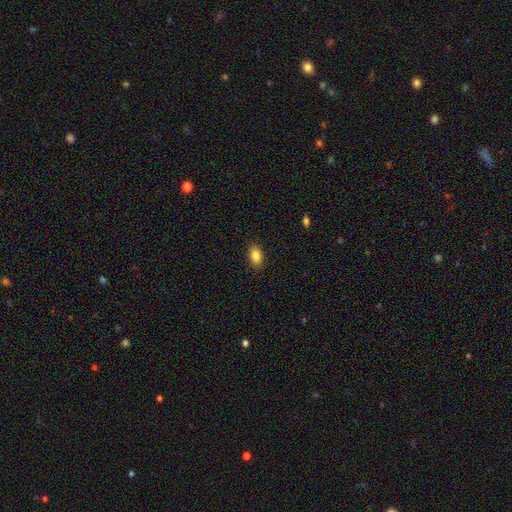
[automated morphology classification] This appears to be a smooth galaxy with no disk features (87%) that is in between round and cigar-shaped (89%). Merging: none (88%).